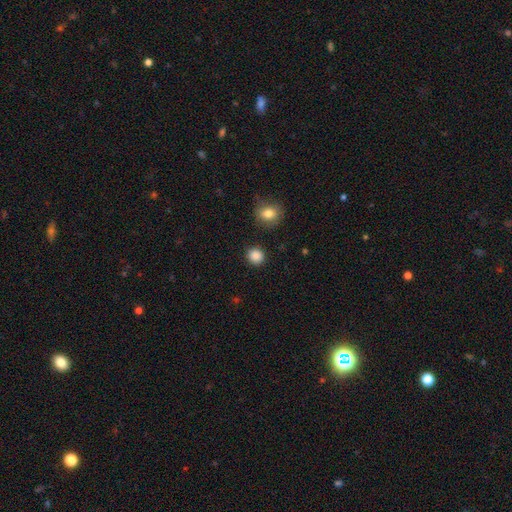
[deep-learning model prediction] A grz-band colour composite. It shows a smooth galaxy with no disk features (87%) that is round (91%). Merging: none (90%).